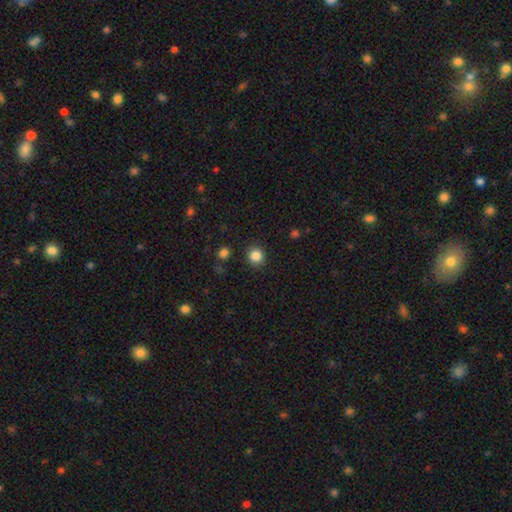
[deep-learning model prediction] smooth 85%, star or artifact 11%, featured or disk 4%. Down the decision tree: how rounded — round (91%); merging — none (90%).